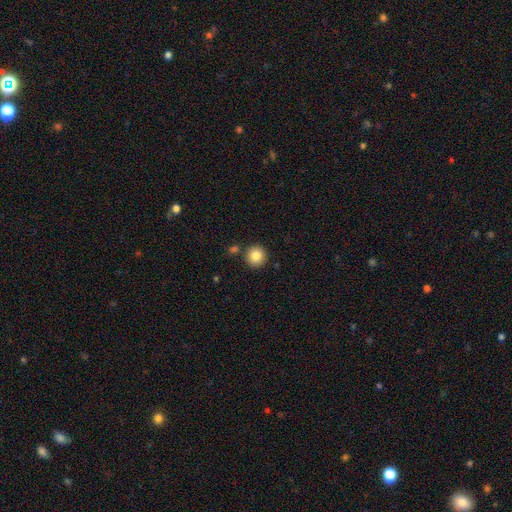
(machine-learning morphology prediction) This appears to be a smooth galaxy with no disk features (83%) that is round (95%). Merging: none (85%).